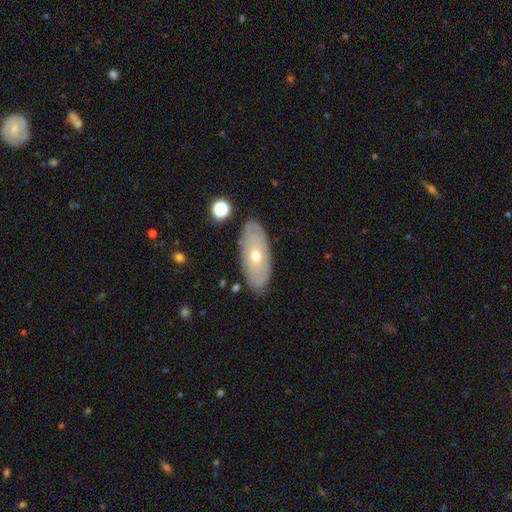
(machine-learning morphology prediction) Q: Smooth or featured?
A: featured or disk (57%); runner-up: smooth (35%)
Q: Edge-on disk?
A: no (79%); runner-up: yes (21%)
Q: Merging?
A: none (85%); runner-up: minor disturbance (10%)